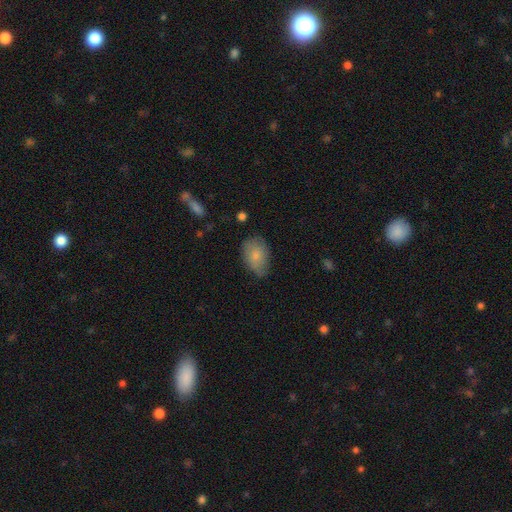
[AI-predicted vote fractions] Q: Smooth or featured?
A: smooth (79%); runner-up: featured or disk (15%)
Q: How rounded?
A: in between (85%); runner-up: round (14%)
Q: Merging?
A: none (59%); runner-up: minor disturbance (32%)